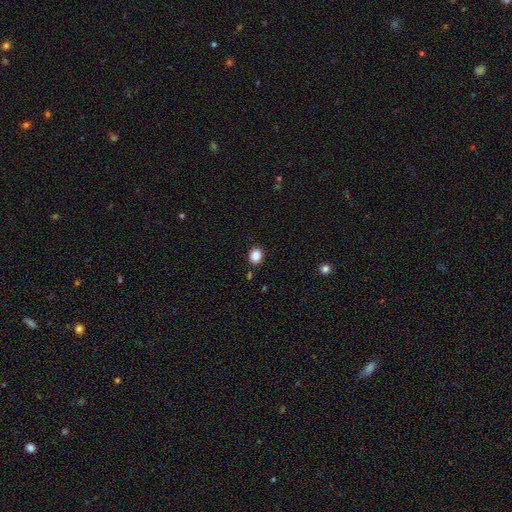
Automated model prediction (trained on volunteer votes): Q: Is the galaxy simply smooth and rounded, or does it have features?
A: smooth — 85%.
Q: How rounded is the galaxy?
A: round — 66%.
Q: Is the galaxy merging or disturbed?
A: none — 89%.